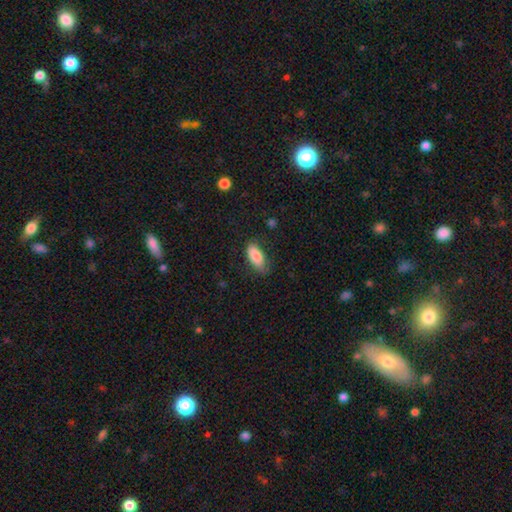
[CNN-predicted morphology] This is clearly a smooth galaxy (85%). How rounded: clearly in between (86%). Merging: likely none (72%).